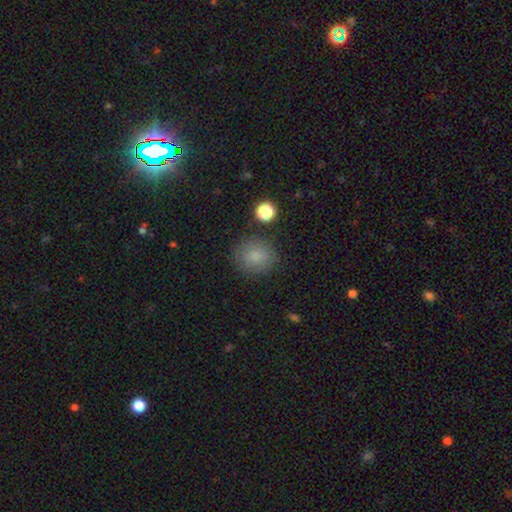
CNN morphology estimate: This appears to be a smooth galaxy with no disk features (83%) that is round (80%). Merging: none (84%).